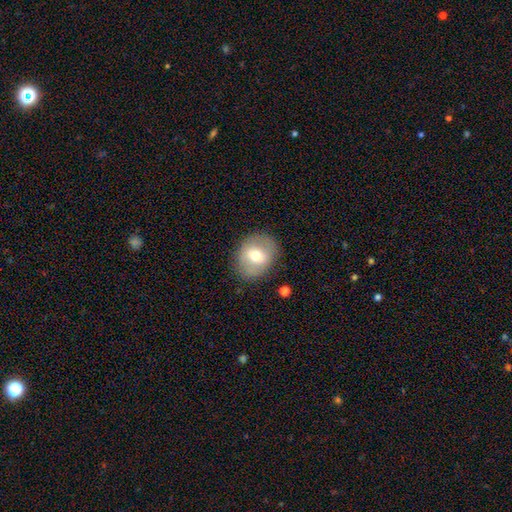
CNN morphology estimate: A smooth galaxy with no disk features (61%) that is round (58%).

Vote fractions:
- Smooth or featured? smooth: 61% / featured or disk: 31% / star or artifact: 8%
- How rounded? round: 58% / in between: 41% / cigar-shaped: 1%
- Merging? none: 83% / minor disturbance: 11% / major disturbance: 4% / merger: 1%